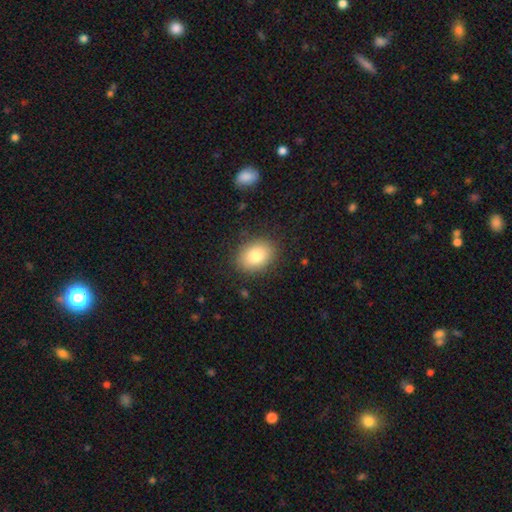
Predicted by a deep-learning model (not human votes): Smooth or featured?
  - smooth: 80% *
  - featured or disk: 11%
  - star or artifact: 9%
How rounded?
  - in between: 62% *
  - round: 37%
  - cigar-shaped: 1%
Merging?
  - none: 86% *
  - minor disturbance: 10%
  - major disturbance: 3%
  - merger: 1%